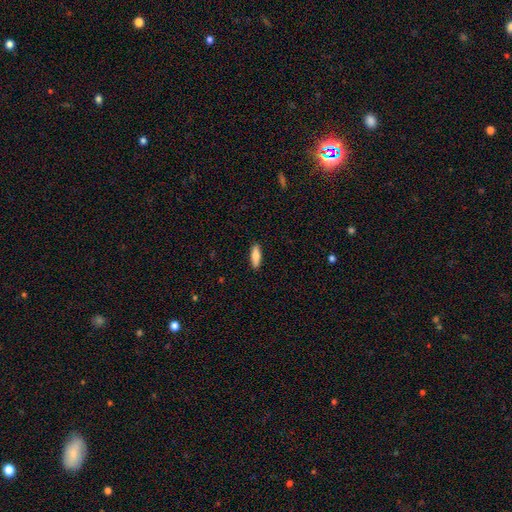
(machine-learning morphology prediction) A smooth galaxy with no disk features (78%) that is in between round and cigar-shaped (51%).

Vote fractions:
- Smooth or featured? smooth: 78% / featured or disk: 16% / star or artifact: 6%
- How rounded? in between: 51% / cigar-shaped: 47% / round: 2%
- Merging? none: 90% / minor disturbance: 8% / major disturbance: 2% / merger: 1%